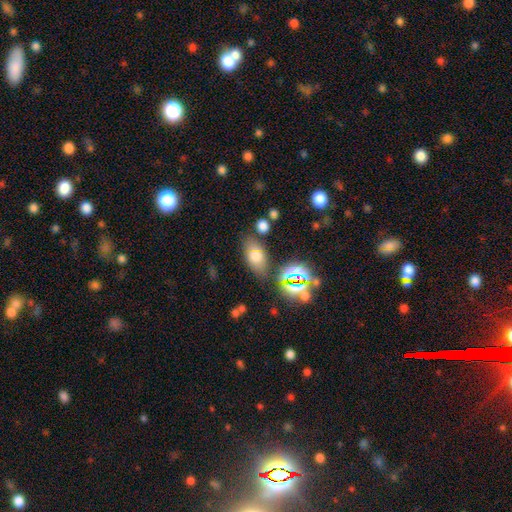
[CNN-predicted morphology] smooth_or_featured: smooth (p=0.67) [alt: star or artifact p=0.18]
how_rounded: in between (p=0.84) [alt: round p=0.13]
merging: none (p=0.72) [alt: minor disturbance p=0.15]